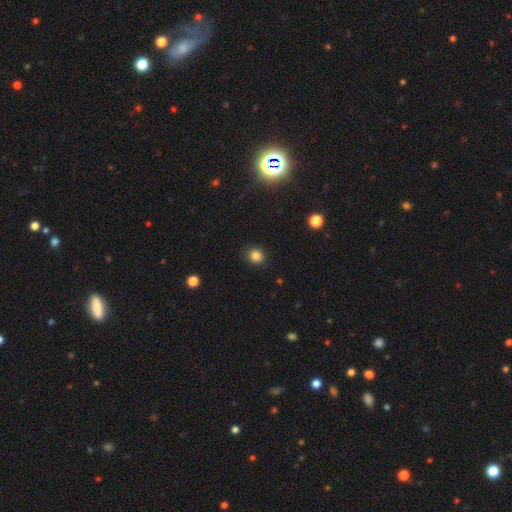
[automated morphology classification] Q: Smooth or featured?
A: smooth (83%); runner-up: star or artifact (13%)
Q: How rounded?
A: round (84%); runner-up: in between (15%)
Q: Merging?
A: none (88%); runner-up: minor disturbance (8%)